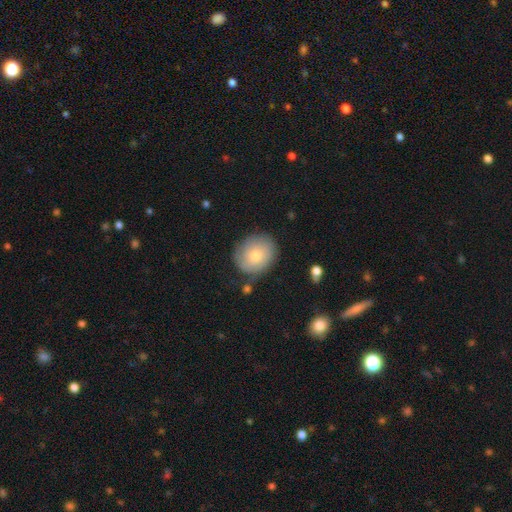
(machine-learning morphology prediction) A smooth galaxy with no disk features (65%) that is round (68%).

Vote fractions:
- Smooth or featured? smooth: 65% / featured or disk: 28% / star or artifact: 7%
- How rounded? round: 68% / in between: 31% / cigar-shaped: 1%
- Merging? none: 76% / minor disturbance: 17% / major disturbance: 4% / merger: 3%